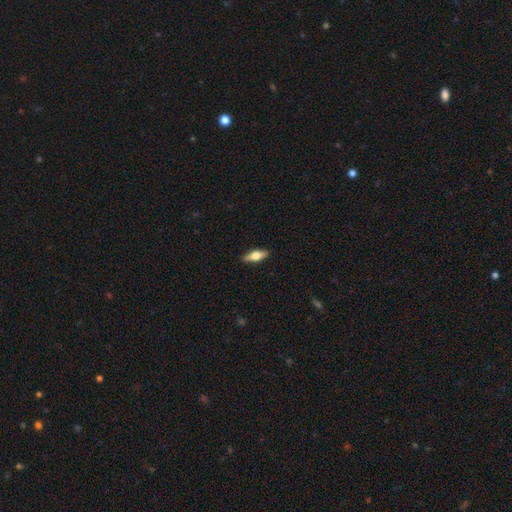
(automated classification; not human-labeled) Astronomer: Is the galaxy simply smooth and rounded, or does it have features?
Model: smooth — 50% (runner-up: featured or disk, 44%).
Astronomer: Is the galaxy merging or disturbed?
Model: none — 88%.